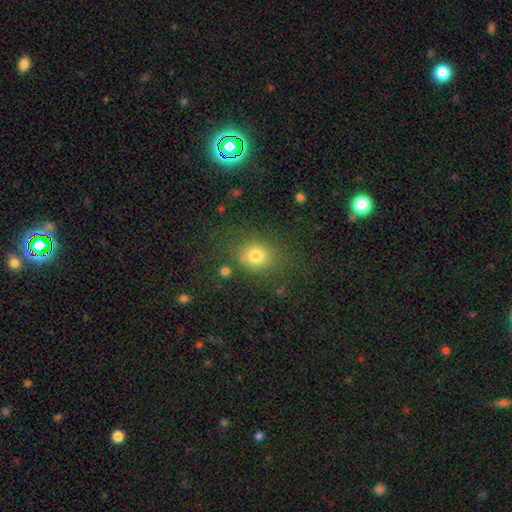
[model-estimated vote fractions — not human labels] smooth-or-featured: smooth: 78% | star or artifact: 14% | featured or disk: 8%
  how-rounded: round: 63% | in between: 35% | cigar-shaped: 1%
  merging: none: 72% | minor disturbance: 15% | major disturbance: 7% | merger: 5%